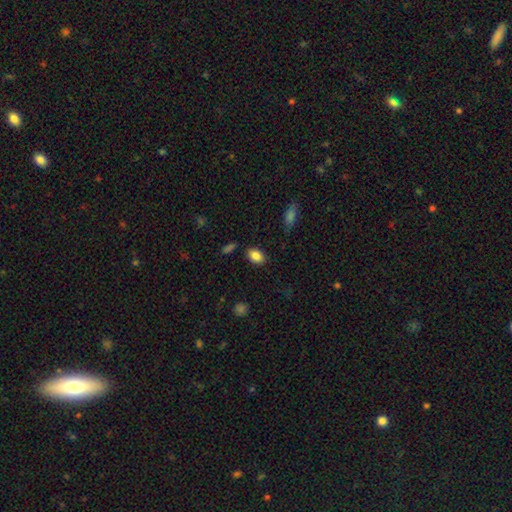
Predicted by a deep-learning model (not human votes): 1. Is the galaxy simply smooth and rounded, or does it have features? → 85% smooth, 8% star or artifact, 6% featured or disk.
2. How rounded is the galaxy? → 86% in between, 12% round, 1% cigar-shaped.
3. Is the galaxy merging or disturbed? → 85% none, 10% minor disturbance, 3% major disturbance, 2% merger.